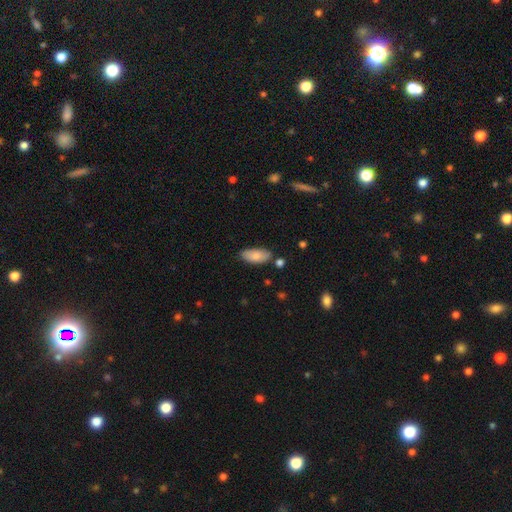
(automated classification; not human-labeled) Smooth or featured?
  - smooth: 82% *
  - featured or disk: 12%
  - star or artifact: 6%
How rounded?
  - in between: 87% *
  - cigar-shaped: 11%
  - round: 2%
Merging?
  - none: 79% *
  - minor disturbance: 15%
  - merger: 3%
  - major disturbance: 3%